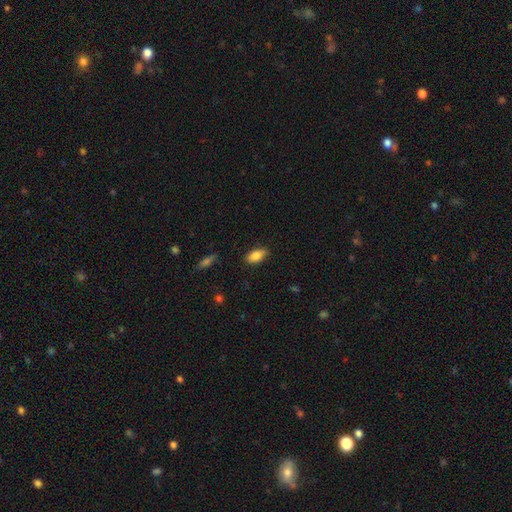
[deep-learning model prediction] Smooth or featured?
  - smooth: 84% *
  - featured or disk: 8%
  - star or artifact: 7%
How rounded?
  - in between: 88% *
  - cigar-shaped: 9%
  - round: 3%
Merging?
  - none: 83% *
  - minor disturbance: 13%
  - major disturbance: 3%
  - merger: 1%